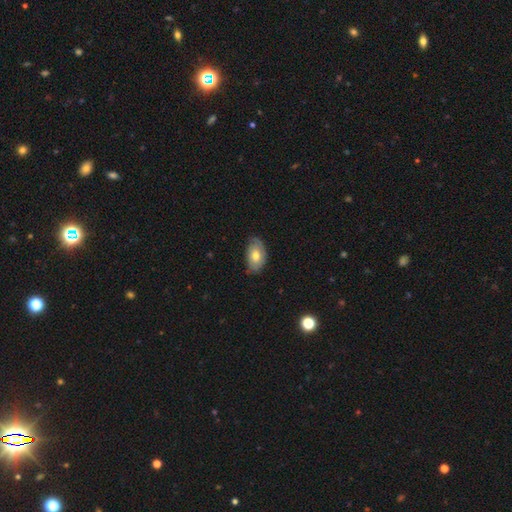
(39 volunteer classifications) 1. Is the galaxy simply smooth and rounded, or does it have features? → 74% smooth, 21% featured or disk, 5% star or artifact.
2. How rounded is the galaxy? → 100% in between, 0% round, 0% cigar-shaped.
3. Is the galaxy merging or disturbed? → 62% none, 32% minor disturbance, 5% major disturbance, 0% merger.